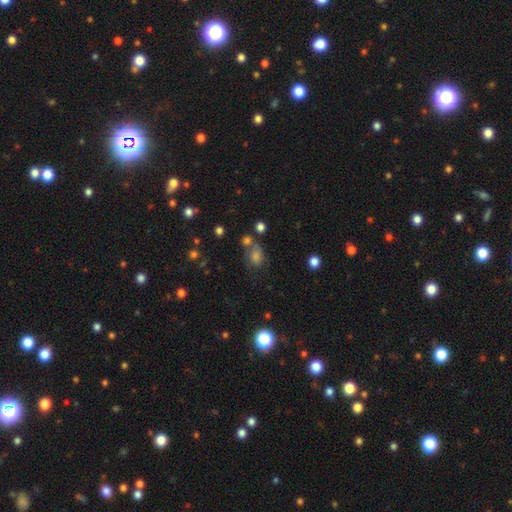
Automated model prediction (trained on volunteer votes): Smooth or featured? Predicted: smooth (p=0.54). How rounded? Predicted: in between (p=0.50). Merging? Predicted: none (p=0.51).